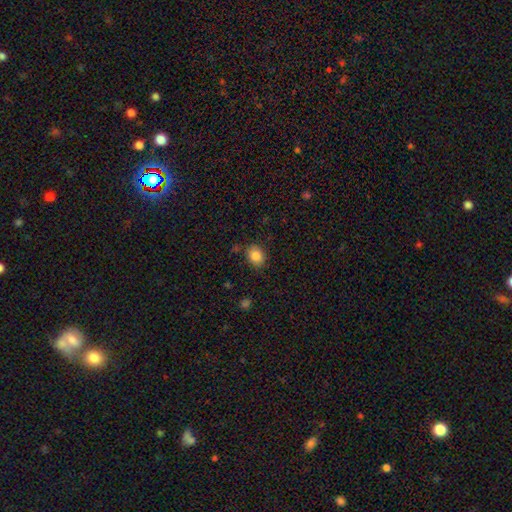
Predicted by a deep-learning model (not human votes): Smooth or featured? Predicted: smooth (p=0.84). How rounded? Predicted: round (p=0.52). Merging? Predicted: none (p=0.83).